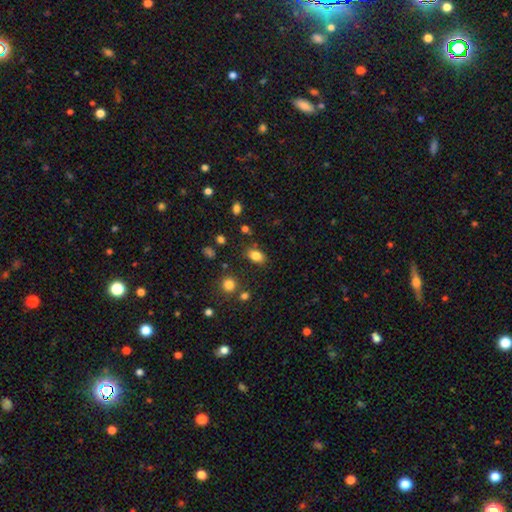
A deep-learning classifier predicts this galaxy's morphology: type=smooth (83%); roundness=in between (83%); merging=none (79%).